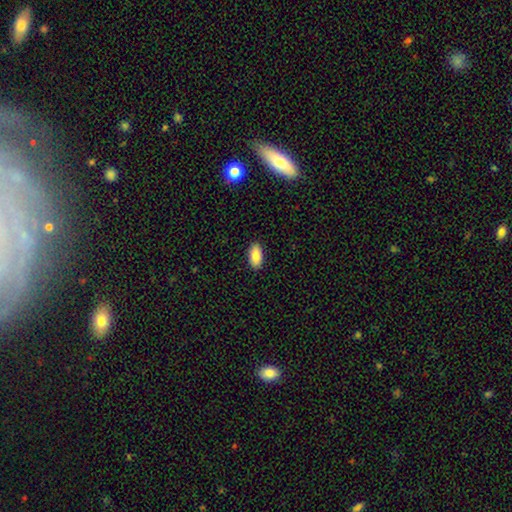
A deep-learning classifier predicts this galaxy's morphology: A smooth galaxy with no disk features (89%) that is in between round and cigar-shaped (92%).

Vote fractions:
- Smooth or featured? smooth: 89% / star or artifact: 6% / featured or disk: 5%
- How rounded? in between: 92% / cigar-shaped: 5% / round: 2%
- Merging? none: 90% / minor disturbance: 7% / major disturbance: 2% / merger: 1%